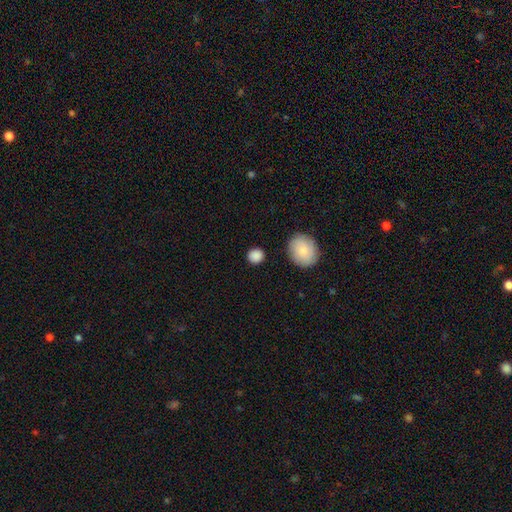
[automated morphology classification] A smooth galaxy with no disk features (88%) that is round (85%).

Vote fractions:
- Smooth or featured? smooth: 88% / star or artifact: 8% / featured or disk: 4%
- How rounded? round: 85% / in between: 13% / cigar-shaped: 1%
- Merging? none: 87% / minor disturbance: 8% / major disturbance: 2% / merger: 2%